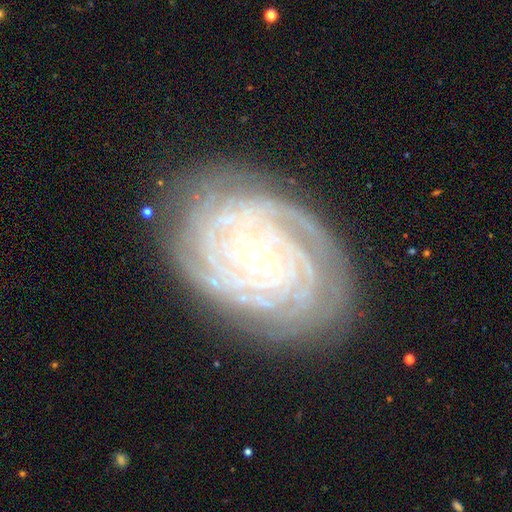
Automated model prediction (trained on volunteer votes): The model was most divided on "spiral arm count": 4: 26%, more than 4: 24%, can't tell: 19%, 3: 14%, 2: 10%, 1: 7%. More confident: spiral arms — yes (98%); edge-on disk — no (97%); smooth or featured — featured or disk (88%); spiral winding — tight (86%); merging — none (81%); bulge size — small (80%); bar — no (76%).